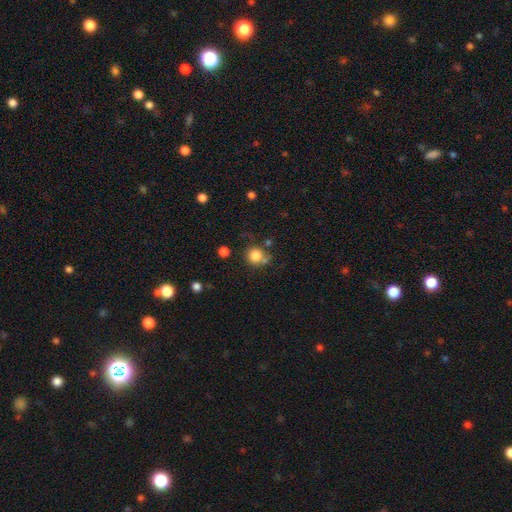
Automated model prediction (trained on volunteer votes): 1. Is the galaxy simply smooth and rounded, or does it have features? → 82% smooth, 11% star or artifact, 7% featured or disk.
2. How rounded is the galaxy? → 90% round, 9% in between, 1% cigar-shaped.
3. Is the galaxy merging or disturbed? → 67% none, 14% merger, 14% minor disturbance, 5% major disturbance.